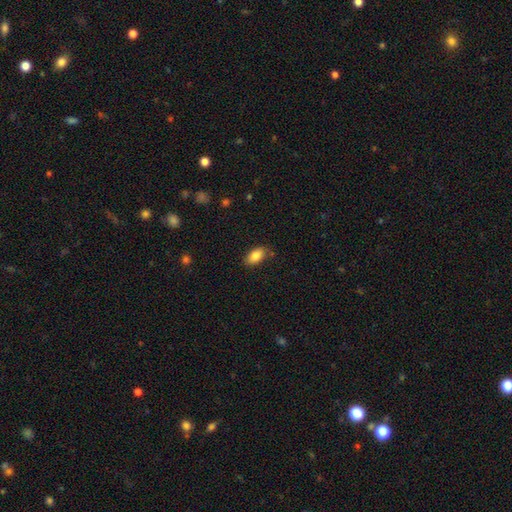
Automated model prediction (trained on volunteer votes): smooth_or_featured: smooth (p=0.85) [alt: star or artifact p=0.08]
how_rounded: in between (p=0.91) [alt: round p=0.06]
merging: none (p=0.82) [alt: minor disturbance p=0.14]